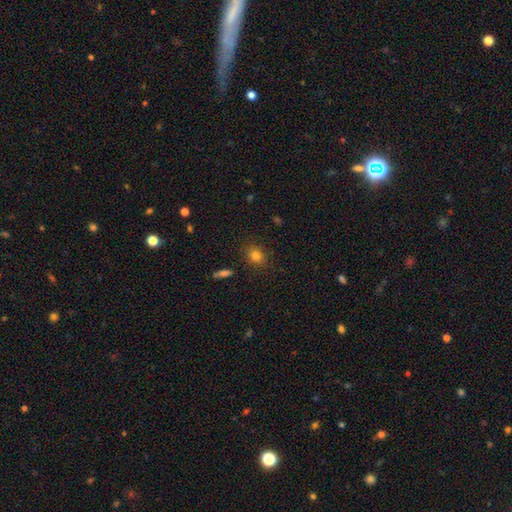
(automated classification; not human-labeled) smooth-or-featured: smooth: 80% | star or artifact: 12% | featured or disk: 8%
  how-rounded: round: 62% | in between: 36% | cigar-shaped: 1%
  merging: none: 86% | minor disturbance: 10% | major disturbance: 3% | merger: 1%